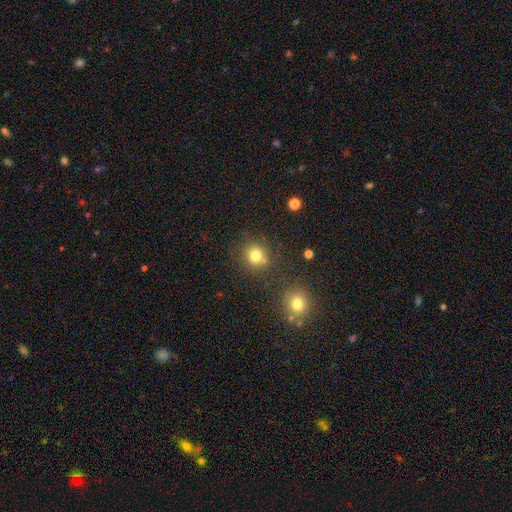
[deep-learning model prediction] A smooth galaxy with no disk features (79%) that is round (86%). Merging: none (74%).